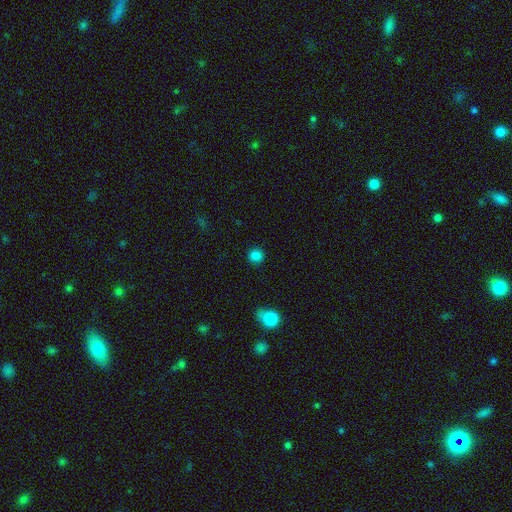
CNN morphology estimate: smooth 83%, star or artifact 13%, featured or disk 4%. Down the decision tree: how rounded — round (89%); merging — none (89%).